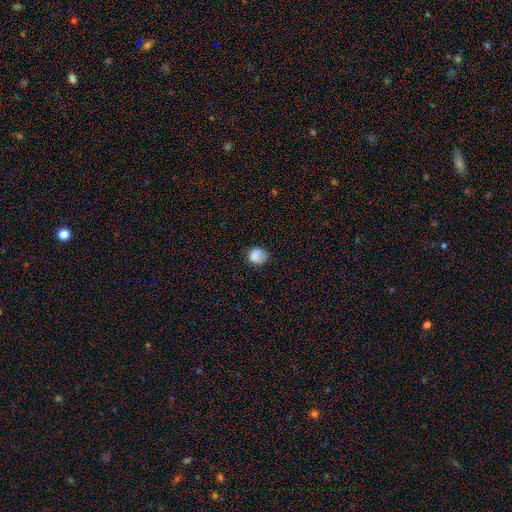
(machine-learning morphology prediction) Smooth or featured?
  - smooth: 85% *
  - star or artifact: 9%
  - featured or disk: 5%
How rounded?
  - round: 77% *
  - in between: 23%
  - cigar-shaped: 1%
Merging?
  - none: 70% *
  - minor disturbance: 23%
  - major disturbance: 5%
  - merger: 1%